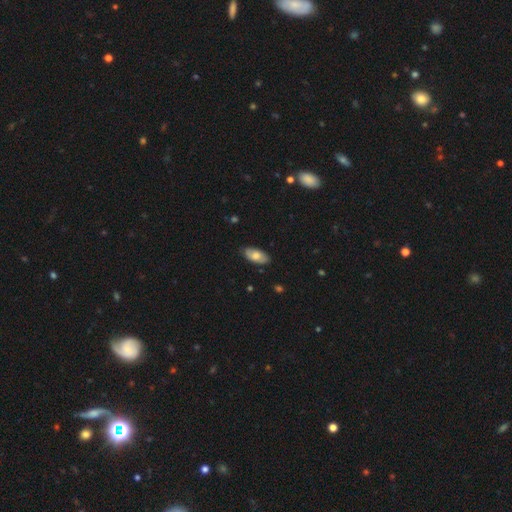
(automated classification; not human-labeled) Smooth or featured? Predicted: smooth (p=0.72). How rounded? Predicted: in between (p=0.92). Merging? Predicted: none (p=0.82).